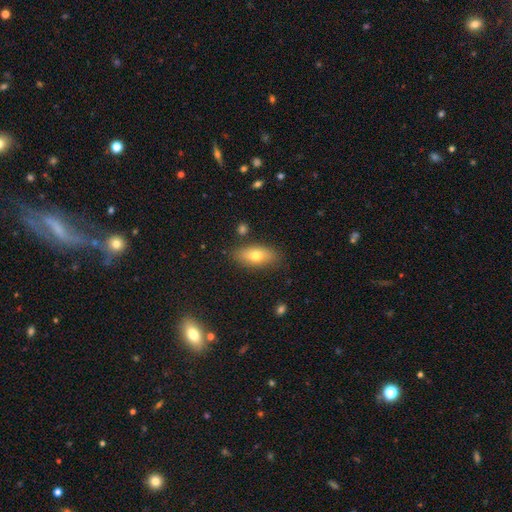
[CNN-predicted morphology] Smooth or featured? smooth (72%)
How rounded? in between (84%)
Merging? none (82%)